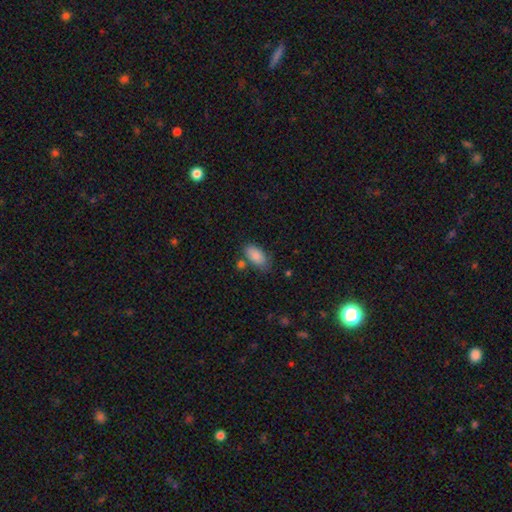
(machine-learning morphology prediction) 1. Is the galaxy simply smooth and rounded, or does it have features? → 87% smooth, 7% star or artifact, 6% featured or disk.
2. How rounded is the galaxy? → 92% in between, 4% cigar-shaped, 3% round.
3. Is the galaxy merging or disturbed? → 65% none, 20% minor disturbance, 9% merger, 6% major disturbance.